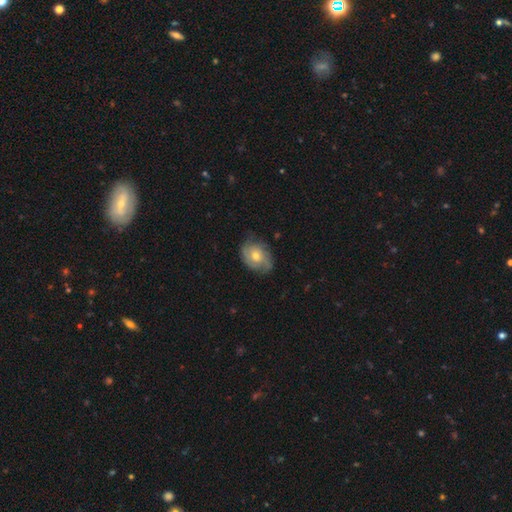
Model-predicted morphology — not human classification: smooth_or_featured: featured or disk (p=0.61) [alt: smooth p=0.33]
disk_edge_on: no (p=0.96) [alt: yes p=0.04]
bar: no (p=0.79) [alt: weak p=0.18]
has_spiral_arms: yes (p=0.84) [alt: no p=0.16]
bulge_size: moderate (p=0.58) [alt: small p=0.37]
merging: none (p=0.69) [alt: minor disturbance p=0.23]